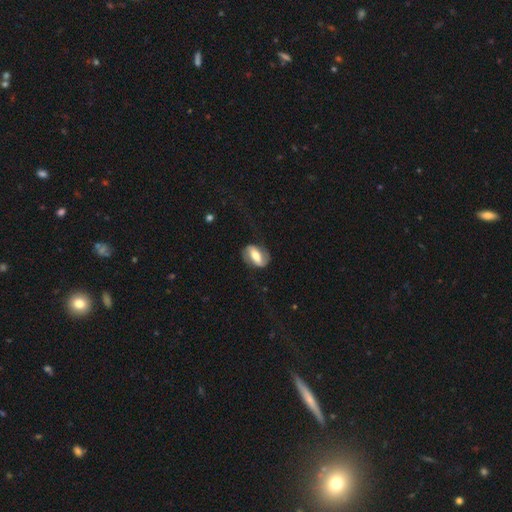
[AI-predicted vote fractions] Q: Smooth or featured?
A: featured or disk (66%); runner-up: smooth (28%)
Q: Edge-on disk?
A: no (94%); runner-up: yes (6%)
Q: Bar?
A: strong (52%); runner-up: weak (31%)
Q: Spiral arms?
A: yes (84%); runner-up: no (16%)
Q: Spiral winding?
A: medium (42%); runner-up: loose (34%)
Q: Spiral arm count?
A: 2 (88%); runner-up: can't tell (5%)
Q: Bulge size?
A: moderate (55%); runner-up: large (24%)
Q: Merging?
A: none (69%); runner-up: minor disturbance (17%)